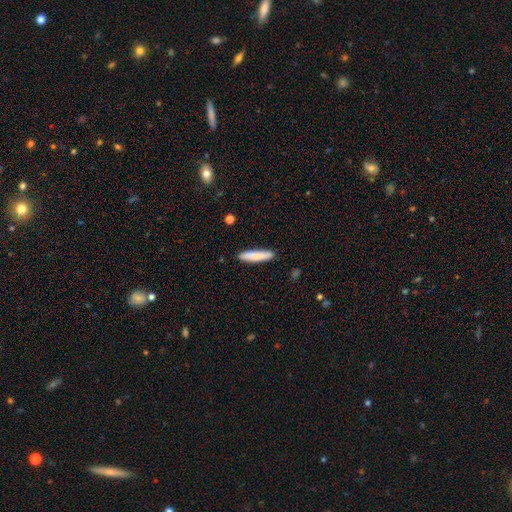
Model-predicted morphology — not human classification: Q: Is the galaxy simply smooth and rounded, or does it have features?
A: smooth — 83%.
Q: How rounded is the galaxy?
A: cigar-shaped — 87%.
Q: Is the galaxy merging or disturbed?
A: none — 89%.